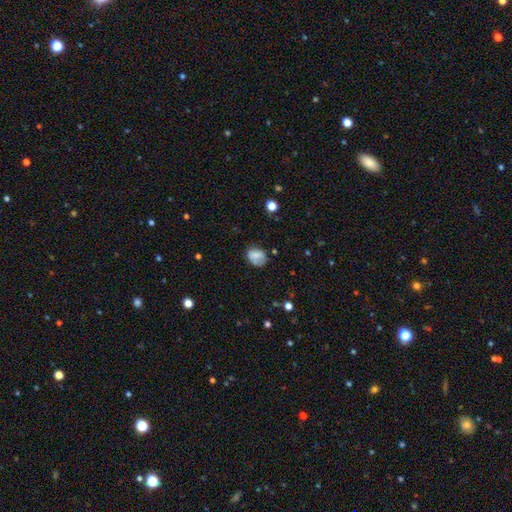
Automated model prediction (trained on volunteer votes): Smooth or featured? Predicted: smooth (p=0.75). How rounded? Predicted: in between (p=0.53). Merging? Predicted: none (p=0.57).